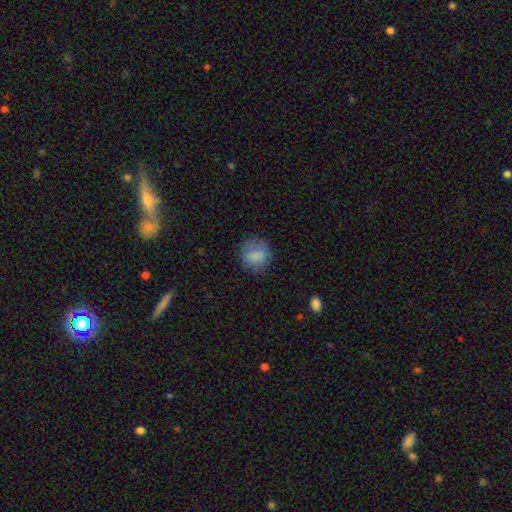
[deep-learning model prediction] Smooth or featured?
  - smooth: 81% *
  - featured or disk: 10%
  - star or artifact: 9%
How rounded?
  - round: 84% *
  - in between: 15%
  - cigar-shaped: 1%
Merging?
  - none: 74% *
  - minor disturbance: 18%
  - major disturbance: 7%
  - merger: 1%